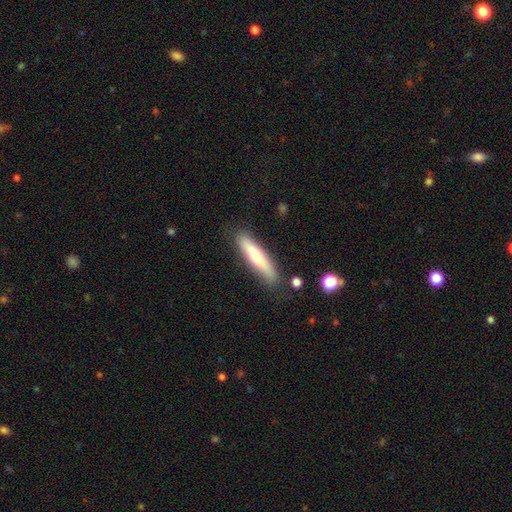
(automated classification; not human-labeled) The model was most divided on "smooth or featured": smooth: 67%, featured or disk: 27%, star or artifact: 6%. More confident: how rounded — cigar-shaped (84%); merging — none (79%).